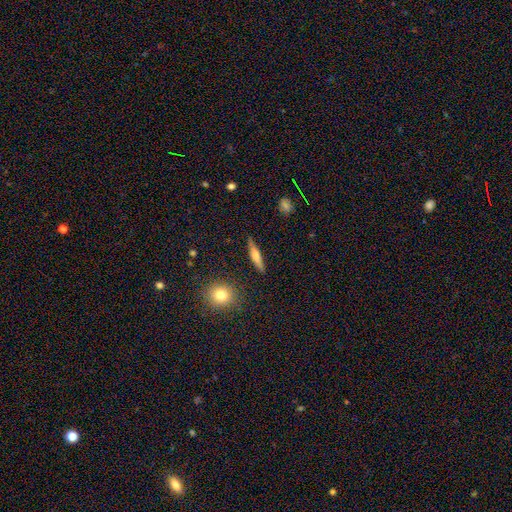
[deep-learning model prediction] A smooth galaxy with no disk features (48%).

Vote fractions:
- Smooth or featured? smooth: 48% / featured or disk: 45% / star or artifact: 7%
- Merging? none: 87% / minor disturbance: 9% / major disturbance: 2% / merger: 2%